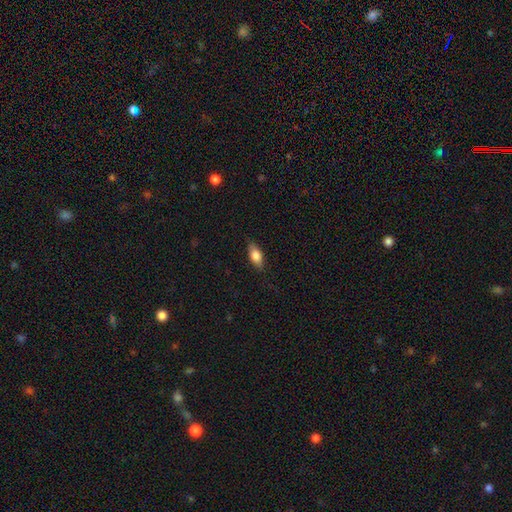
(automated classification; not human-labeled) smooth-or-featured: smooth: 75% | featured or disk: 18% | star or artifact: 7%
  how-rounded: in between: 79% | cigar-shaped: 17% | round: 4%
  merging: none: 82% | minor disturbance: 14% | major disturbance: 3% | merger: 1%